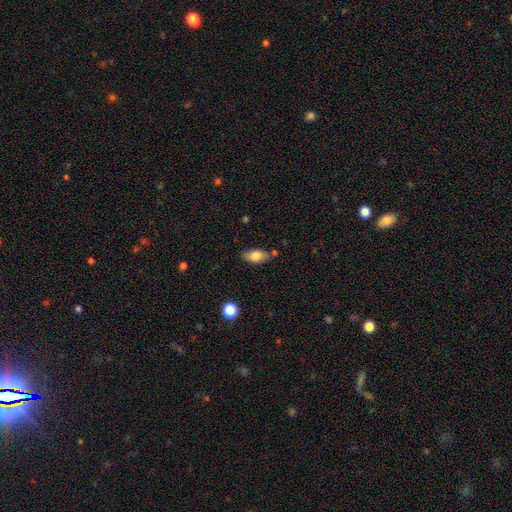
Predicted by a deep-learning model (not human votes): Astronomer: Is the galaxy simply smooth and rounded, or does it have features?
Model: smooth — 75%.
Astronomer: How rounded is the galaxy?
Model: in between — 87%.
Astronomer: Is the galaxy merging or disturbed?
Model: none — 75%.